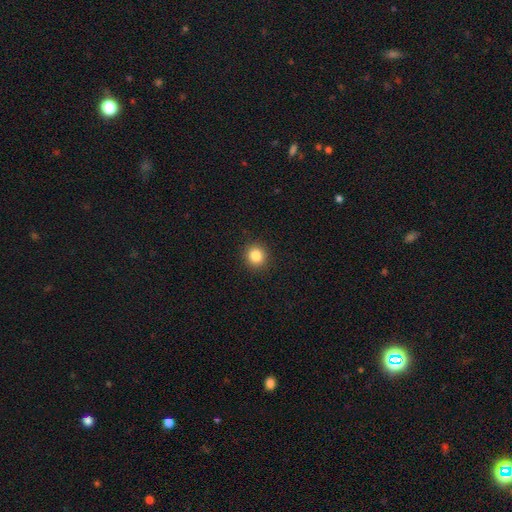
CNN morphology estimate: This is clearly a smooth galaxy (84%). How rounded: clearly round (92%). Merging: clearly none (92%).